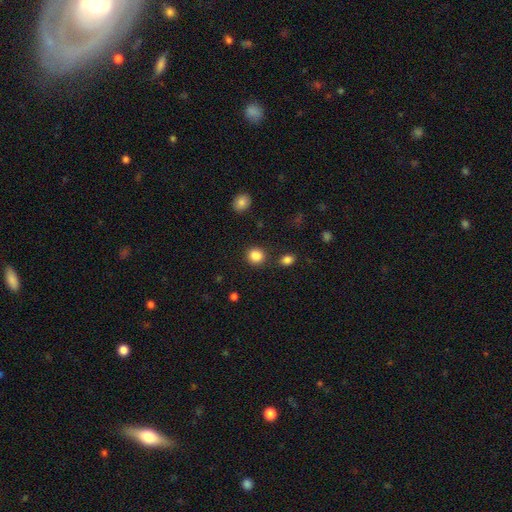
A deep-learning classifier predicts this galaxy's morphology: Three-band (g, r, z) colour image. It shows a smooth galaxy with no disk features (87%) that is round (83%). Merging: none (84%).